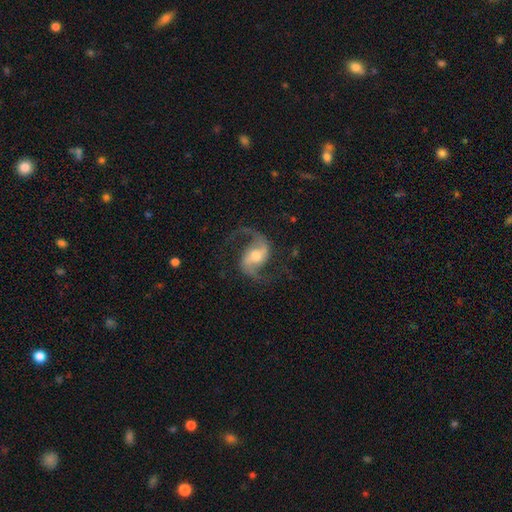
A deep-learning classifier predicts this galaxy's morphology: Q: Smooth or featured?
A: featured or disk (90%); runner-up: star or artifact (5%)
Q: Edge-on disk?
A: no (98%); runner-up: yes (2%)
Q: Bar?
A: weak (47%); runner-up: no (27%)
Q: Spiral arms?
A: yes (98%); runner-up: no (2%)
Q: Spiral winding?
A: loose (56%); runner-up: medium (38%)
Q: Spiral arm count?
A: 2 (94%); runner-up: 1 (2%)
Q: Bulge size?
A: moderate (58%); runner-up: small (25%)
Q: Merging?
A: none (77%); runner-up: minor disturbance (12%)